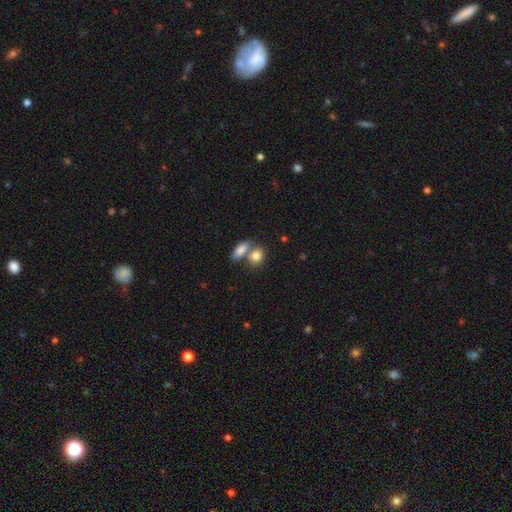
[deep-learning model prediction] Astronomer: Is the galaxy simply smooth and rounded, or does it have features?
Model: smooth — 83%.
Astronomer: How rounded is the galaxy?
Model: in between — 58% (runner-up: round, 38%).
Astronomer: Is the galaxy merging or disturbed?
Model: merger — 49% (runner-up: none, 39%).